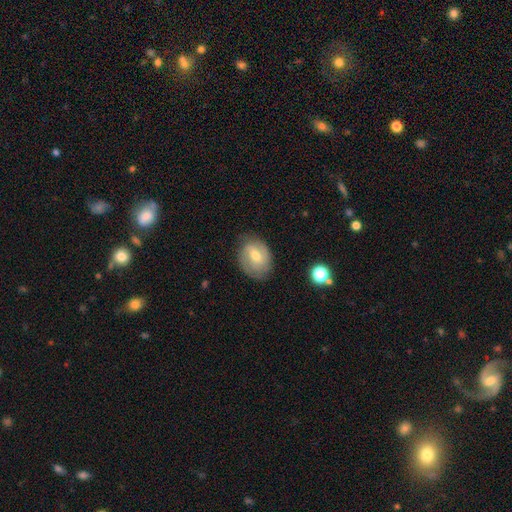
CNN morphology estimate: Smooth or featured? Predicted: featured or disk (p=0.56). Edge-on disk? Predicted: no (p=0.96). Bar? Predicted: weak (p=0.51). Spiral arms? Predicted: yes (p=0.77). Bulge size? Predicted: moderate (p=0.58). Merging? Predicted: none (p=0.76).